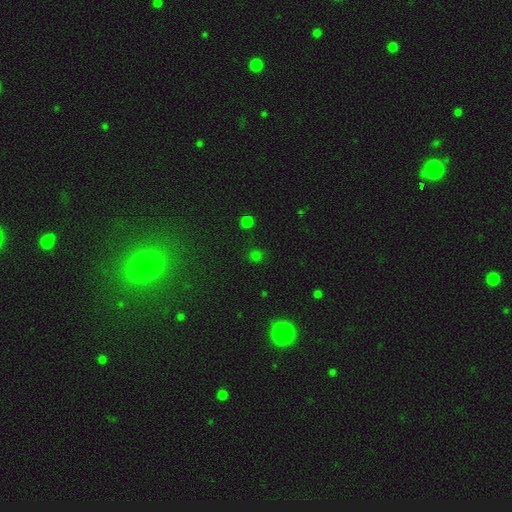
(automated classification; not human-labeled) A smooth galaxy with no disk features (62%) that is round (90%). Merging: none (86%).